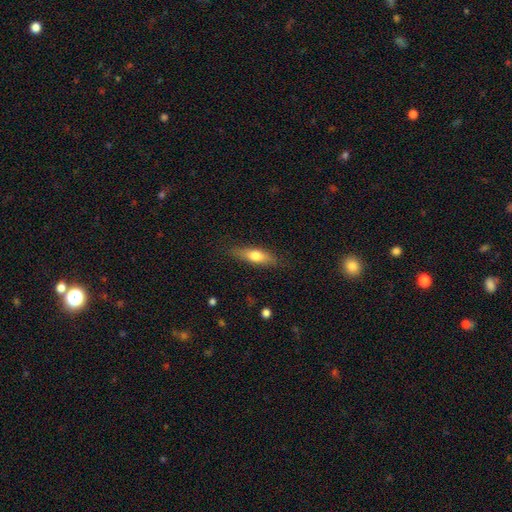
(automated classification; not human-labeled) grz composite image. It shows a smooth galaxy with no disk features (64%) that is cigar-shaped (53%). Merging: none (83%).